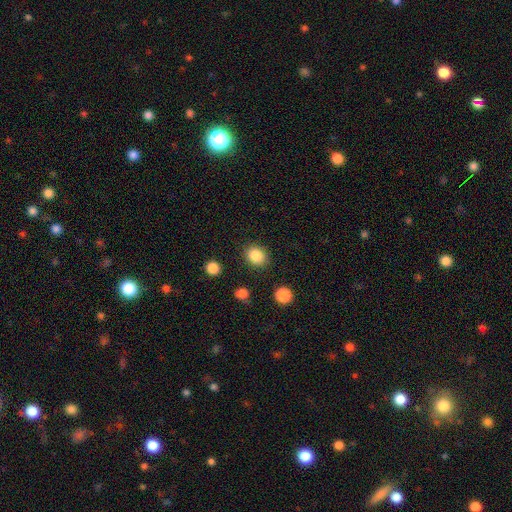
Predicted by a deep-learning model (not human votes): Smooth or featured: smooth — 86% (star or artifact — 10%)
How rounded: round — 64% (in between — 35%)
Merging: none — 87% (minor disturbance — 8%)